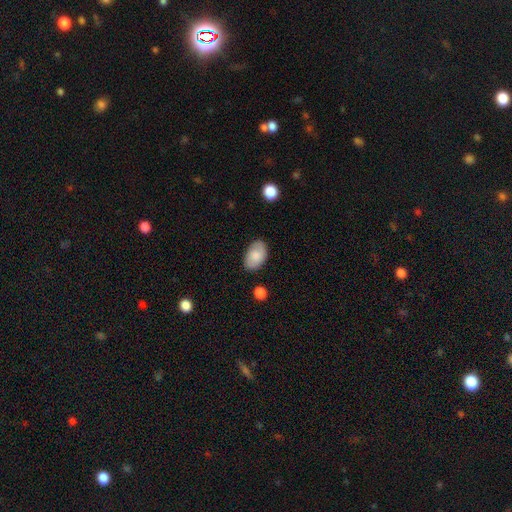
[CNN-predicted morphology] smooth 79%, featured or disk 14%, star or artifact 7%. Down the decision tree: how rounded — in between (92%); merging — none (79%).